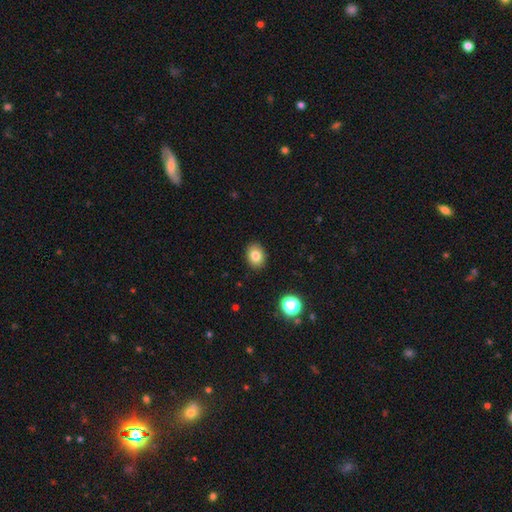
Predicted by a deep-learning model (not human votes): smooth-or-featured: smooth: 82% | star or artifact: 10% | featured or disk: 8%
  how-rounded: in between: 62% | round: 38% | cigar-shaped: 1%
  merging: none: 89% | minor disturbance: 7% | major disturbance: 2% | merger: 1%